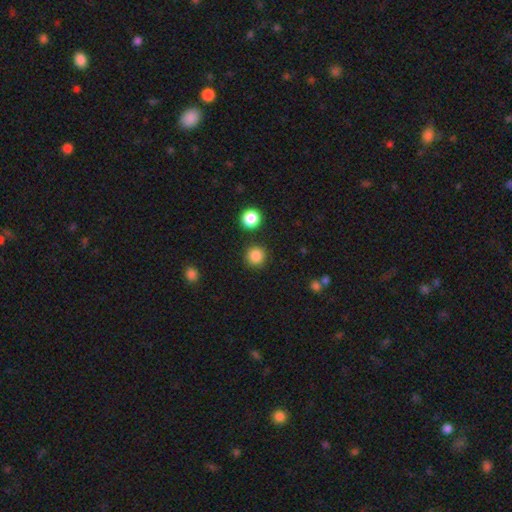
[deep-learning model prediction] Q: Smooth or featured?
A: smooth (86%); runner-up: star or artifact (11%)
Q: How rounded?
A: round (95%); runner-up: in between (5%)
Q: Merging?
A: none (88%); runner-up: minor disturbance (6%)